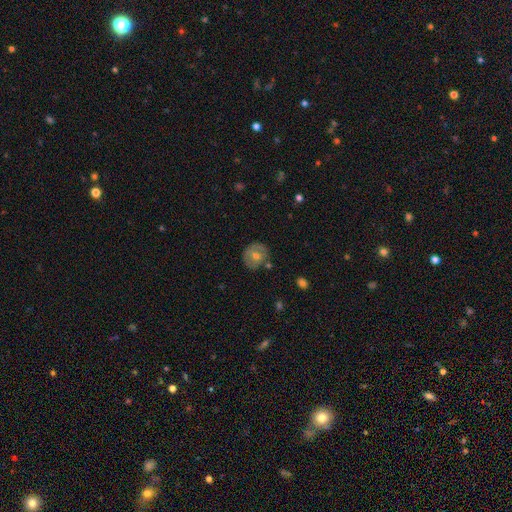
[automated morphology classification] smooth_or_featured: smooth (p=0.46) [alt: featured or disk p=0.45]
merging: none (p=0.76) [alt: minor disturbance p=0.16]